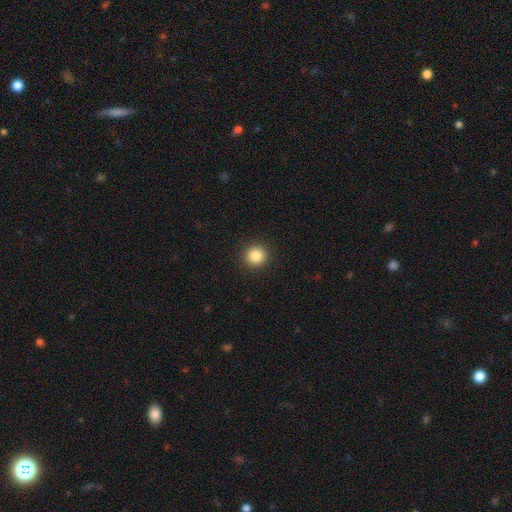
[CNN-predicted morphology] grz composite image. It shows a smooth galaxy with no disk features (86%) that is round (93%). Merging: none (92%).